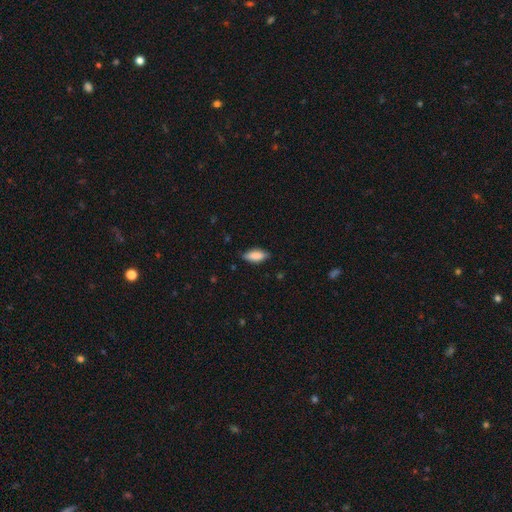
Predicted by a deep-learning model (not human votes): A smooth galaxy with no disk features (84%) that is in between round and cigar-shaped (80%).

Vote fractions:
- Smooth or featured? smooth: 84% / featured or disk: 9% / star or artifact: 6%
- How rounded? in between: 80% / cigar-shaped: 18% / round: 2%
- Merging? none: 80% / minor disturbance: 16% / major disturbance: 3% / merger: 1%